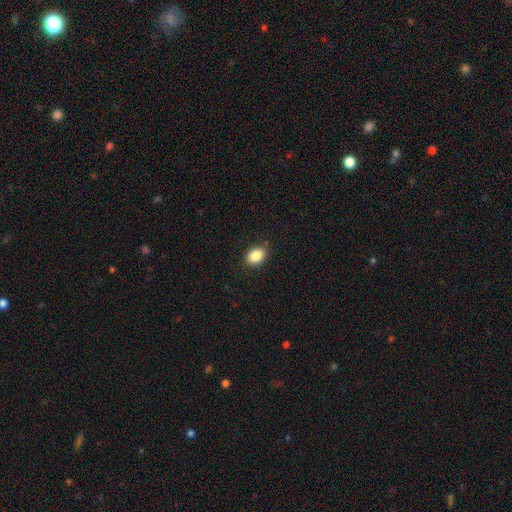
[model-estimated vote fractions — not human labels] smooth 86%, star or artifact 9%, featured or disk 5%. Down the decision tree: how rounded — in between (76%); merging — none (88%).